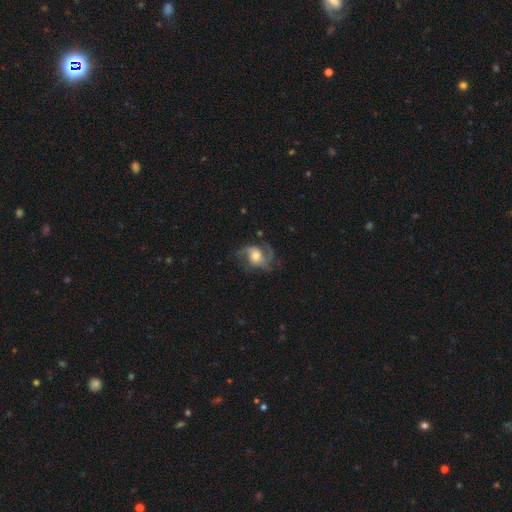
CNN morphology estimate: Smooth or featured: featured or disk — 81% (smooth — 12%)
Edge-on disk: no — 98% (yes — 2%)
Bar: no — 67% (weak — 27%)
Spiral arms: yes — 95% (no — 5%)
Spiral winding: medium — 51% (loose — 32%)
Spiral arm count: 3 — 39% (2 — 35%)
Bulge size: moderate — 63% (large — 20%)
Merging: none — 62% (minor disturbance — 19%)